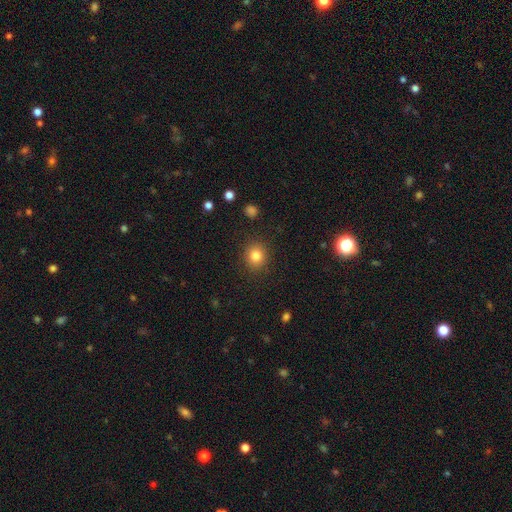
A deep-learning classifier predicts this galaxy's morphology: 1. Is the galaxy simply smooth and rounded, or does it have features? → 82% smooth, 11% star or artifact, 6% featured or disk.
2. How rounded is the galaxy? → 83% round, 16% in between, 1% cigar-shaped.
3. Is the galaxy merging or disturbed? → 89% none, 7% minor disturbance, 3% major disturbance, 1% merger.